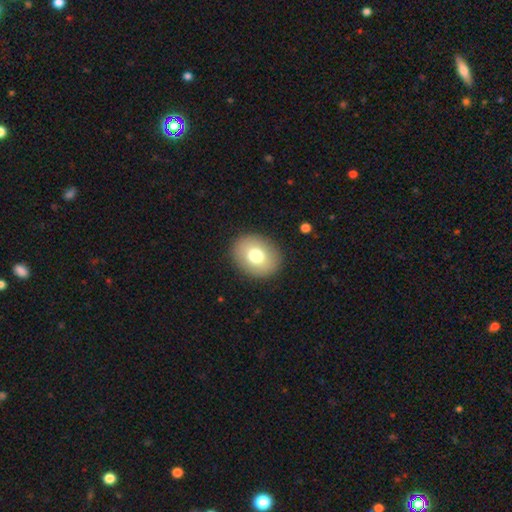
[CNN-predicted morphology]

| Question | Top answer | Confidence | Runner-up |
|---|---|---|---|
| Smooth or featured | smooth | 75% | featured or disk (16%) |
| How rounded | in between | 53% | round (46%) |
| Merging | none | 90% | minor disturbance (7%) |